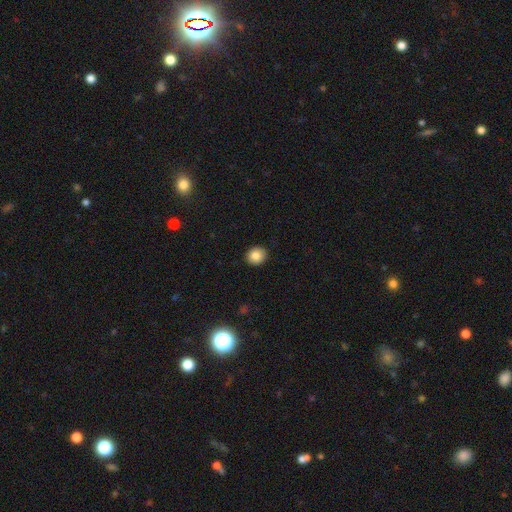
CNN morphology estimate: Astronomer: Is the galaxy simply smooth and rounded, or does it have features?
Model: smooth — 85%.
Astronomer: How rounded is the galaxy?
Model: round — 80%.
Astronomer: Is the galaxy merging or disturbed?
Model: none — 92%.